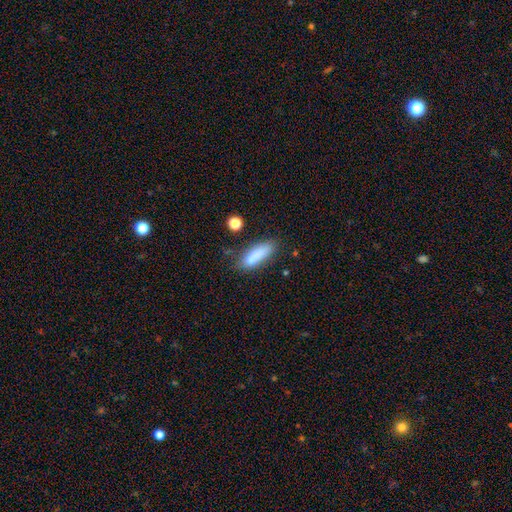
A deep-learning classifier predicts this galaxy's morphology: Overall: smooth (81%). How rounded: in between (53%; cigar-shaped 45%). Merging: none (63%).